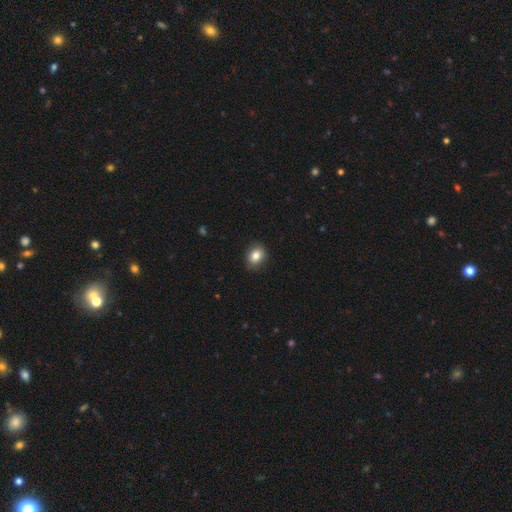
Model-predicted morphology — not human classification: Smooth or featured: smooth — 85% (star or artifact — 9%)
How rounded: round — 51% (in between — 48%)
Merging: none — 86% (minor disturbance — 11%)